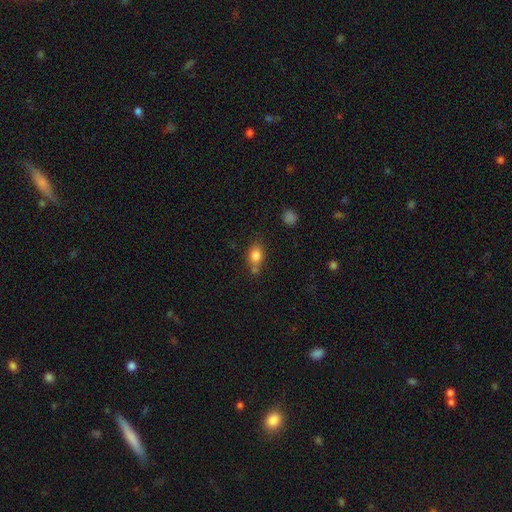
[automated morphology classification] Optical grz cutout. It shows a smooth galaxy with no disk features (81%) that is in between round and cigar-shaped (61%). Merging: none (57%).